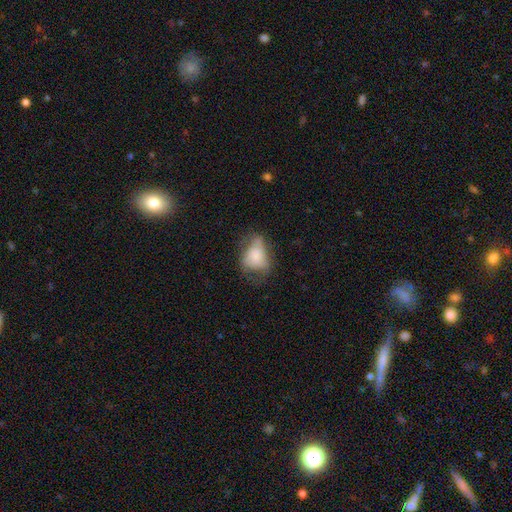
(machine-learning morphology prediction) Overall: smooth (69%). How rounded: in between (76%). Merging: major disturbance (33%; minor disturbance 31%).